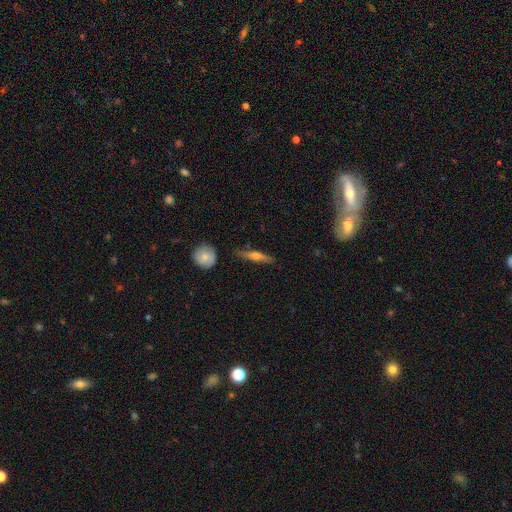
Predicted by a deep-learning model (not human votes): smooth_or_featured: featured or disk (p=0.56) [alt: smooth p=0.38]
disk_edge_on: yes (p=0.93) [alt: no p=0.07]
edge_on_bulge: rounded (p=0.85) [alt: none p=0.09]
merging: none (p=0.85) [alt: minor disturbance p=0.10]